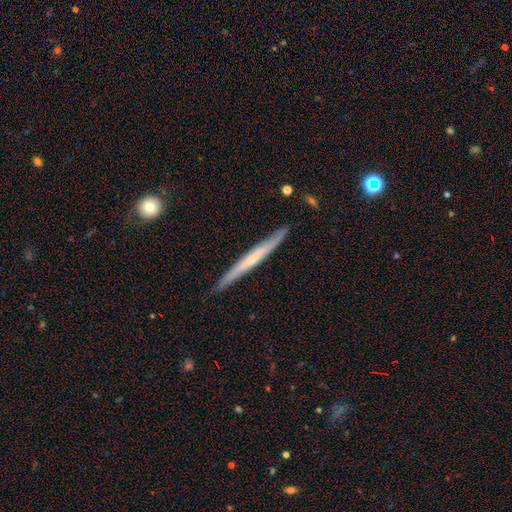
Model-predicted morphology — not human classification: type=featured or disk (61%); edge-on=yes (96%); edge-on bulge=none (64%); merging=none (88%).